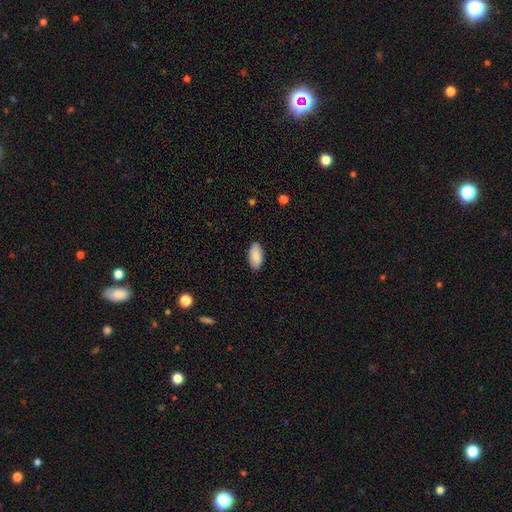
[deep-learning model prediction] smooth-or-featured: smooth: 88% | star or artifact: 6% | featured or disk: 6%
  how-rounded: in between: 93% | cigar-shaped: 5% | round: 2%
  merging: none: 88% | minor disturbance: 9% | major disturbance: 2% | merger: 1%